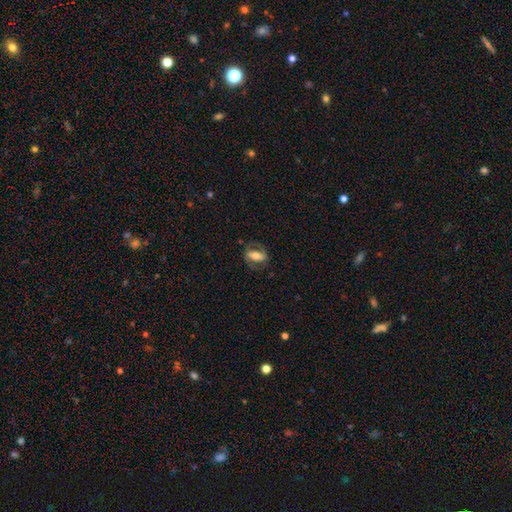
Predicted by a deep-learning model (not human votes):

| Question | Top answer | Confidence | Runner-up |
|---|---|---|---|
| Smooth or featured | featured or disk | 48% | smooth (45%) |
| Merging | none | 68% | minor disturbance (18%) |